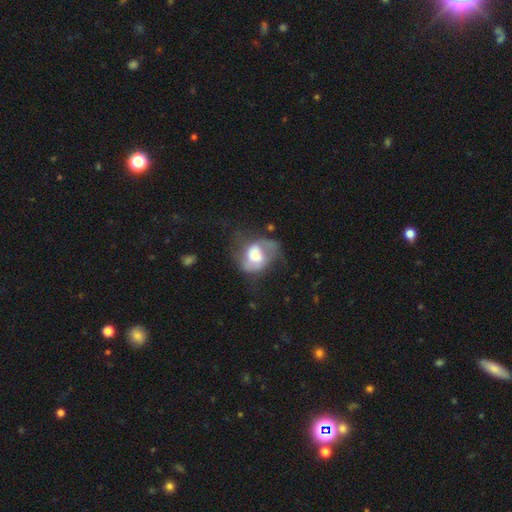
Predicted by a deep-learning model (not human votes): Smooth or featured? featured or disk (50%)
Edge-on disk? no (96%)
Merging? major disturbance (35%)